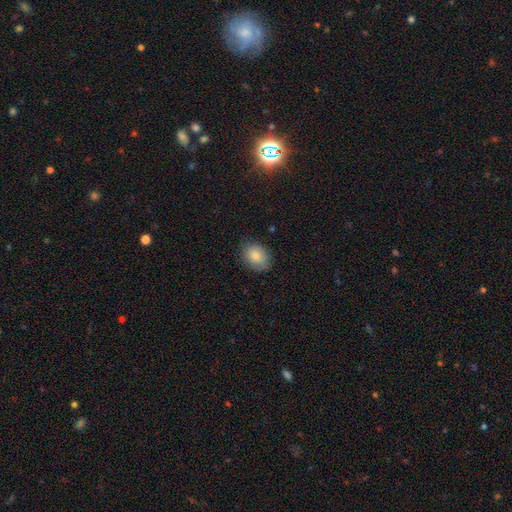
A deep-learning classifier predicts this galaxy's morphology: Overall: smooth (83%). How rounded: in between (64%; round 35%). Merging: none (82%).